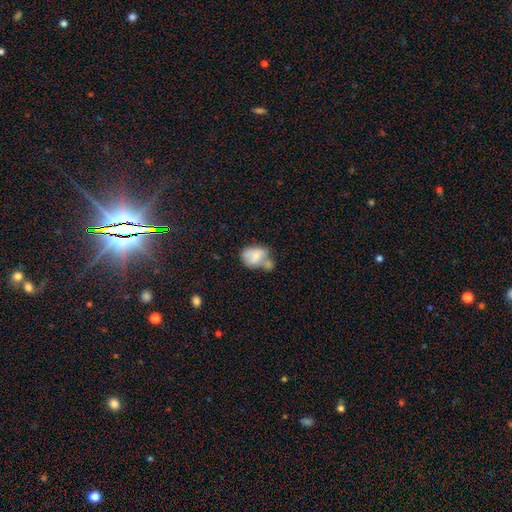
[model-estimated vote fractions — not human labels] Smooth or featured?
  - smooth: 64% *
  - featured or disk: 28%
  - star or artifact: 8%
How rounded?
  - in between: 66% *
  - round: 32%
  - cigar-shaped: 1%
Merging?
  - merger: 45% *
  - none: 25%
  - minor disturbance: 20%
  - major disturbance: 10%